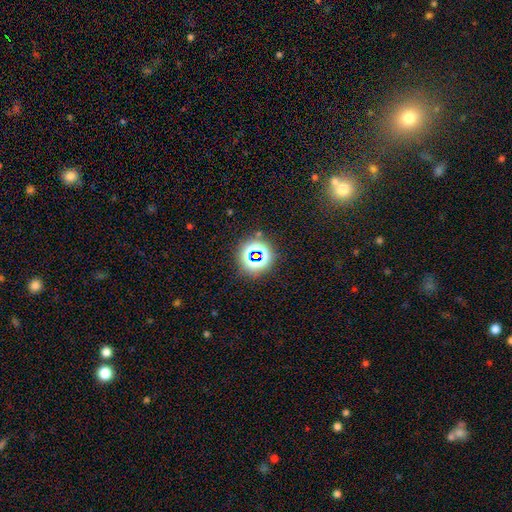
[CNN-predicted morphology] Smooth or featured? Predicted: star or artifact (p=0.66).